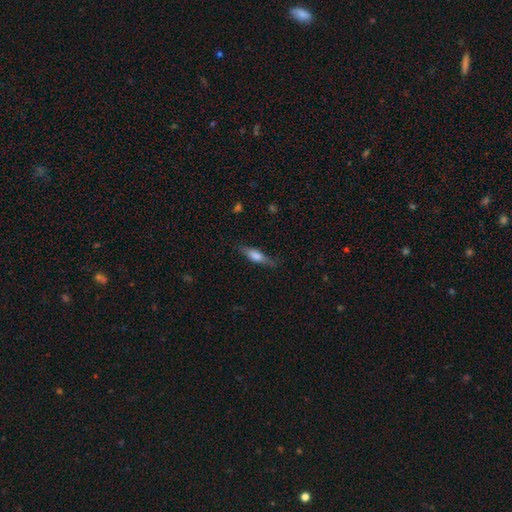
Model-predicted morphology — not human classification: Smooth or featured? Predicted: smooth (p=0.64). How rounded? Predicted: cigar-shaped (p=0.57). Merging? Predicted: none (p=0.76).